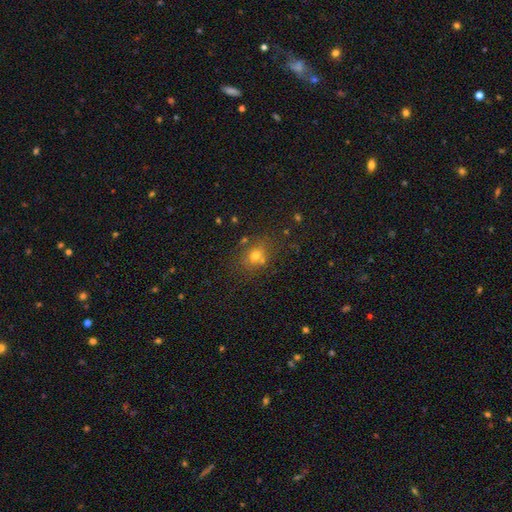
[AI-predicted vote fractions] A smooth galaxy with no disk features (67%) that is round (65%). Merging: none (66%).